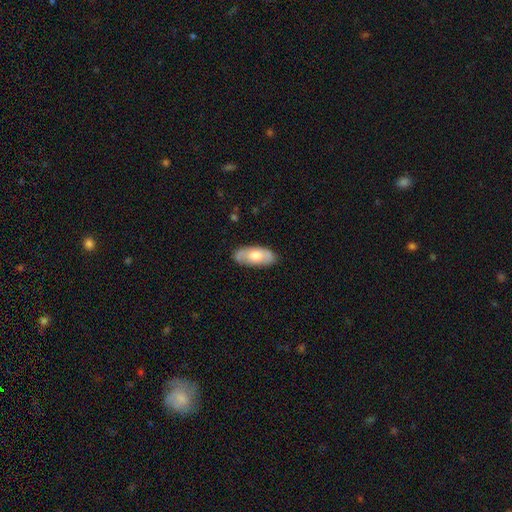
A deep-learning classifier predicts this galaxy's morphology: The model was most divided on "smooth or featured": smooth: 60%, featured or disk: 35%, star or artifact: 5%. More confident: how rounded — in between (89%); merging — none (81%).